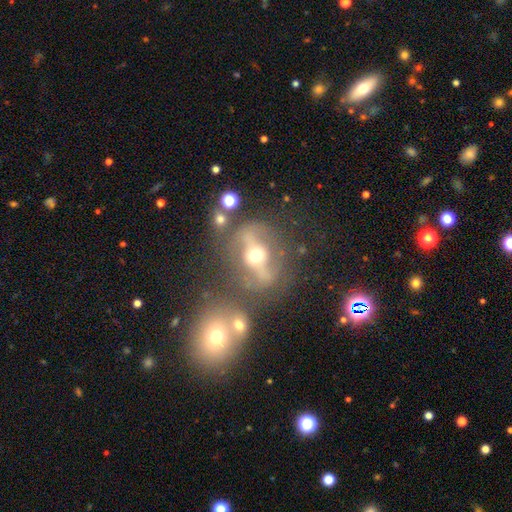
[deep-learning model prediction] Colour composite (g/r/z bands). It shows a featured or disk galaxy (67%) with a strong bar (56%), no spiral arms (60%) and a moderate central bulge (74%). Merging: none (64%).